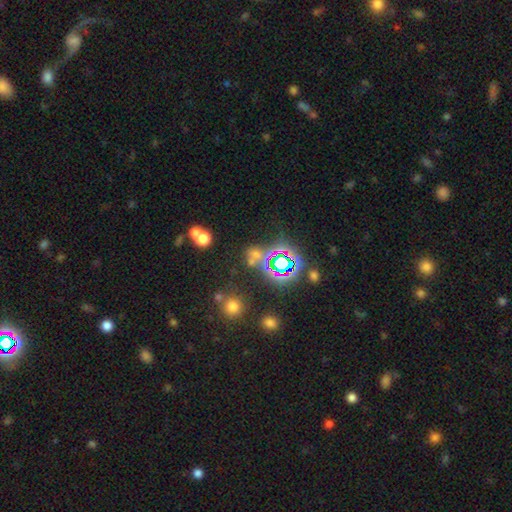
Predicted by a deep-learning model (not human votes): The model was most divided on "smooth or featured": star or artifact: 51%, smooth: 37%, featured or disk: 12%.